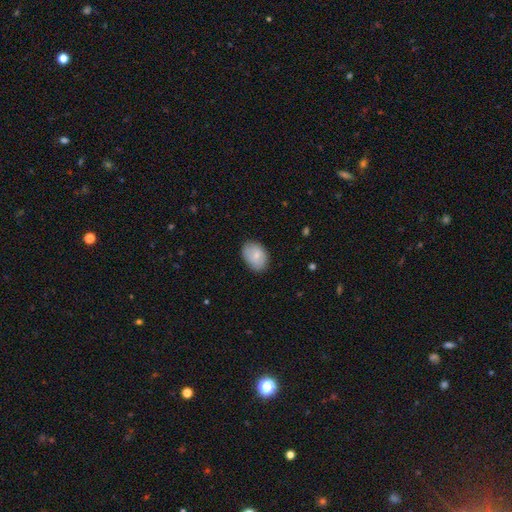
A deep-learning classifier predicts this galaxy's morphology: A smooth galaxy with no disk features (71%) that is in between round and cigar-shaped (81%).

Vote fractions:
- Smooth or featured? smooth: 71% / featured or disk: 23% / star or artifact: 7%
- How rounded? in between: 81% / round: 17% / cigar-shaped: 1%
- Merging? none: 79% / minor disturbance: 17% / major disturbance: 3% / merger: 1%